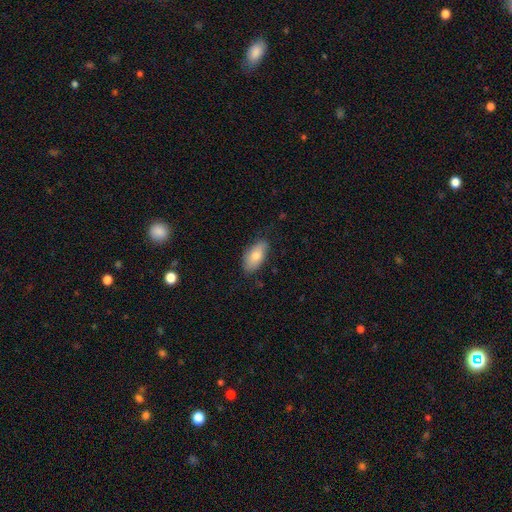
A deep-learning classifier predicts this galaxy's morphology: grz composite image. It shows a smooth galaxy with no disk features (79%) that is in between round and cigar-shaped (92%). Merging: none (78%).